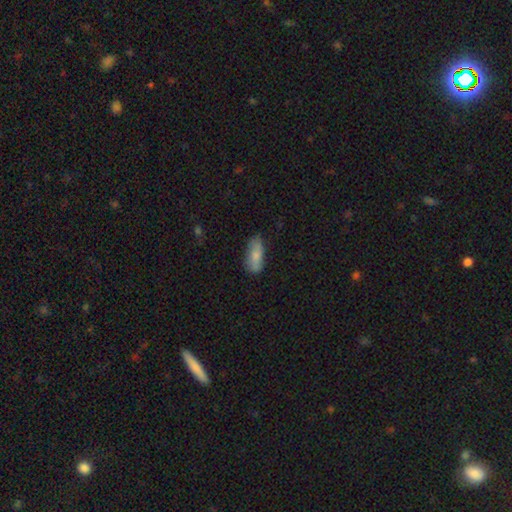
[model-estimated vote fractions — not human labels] This is likely a smooth galaxy (80%). How rounded: likely in between (77%). Merging: likely none (69%).